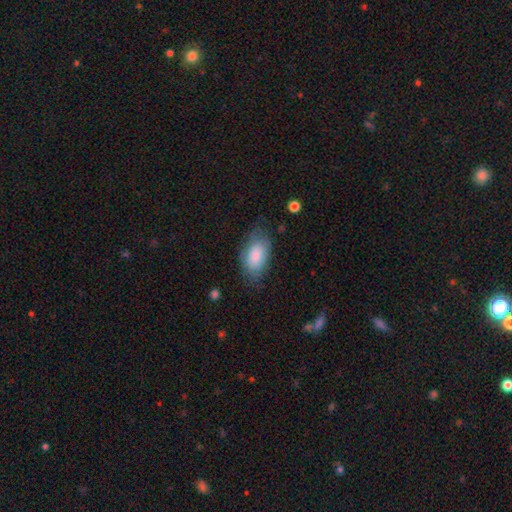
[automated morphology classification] This appears to be a smooth galaxy with no disk features (81%) that is in between round and cigar-shaped (93%). Merging: none (67%).